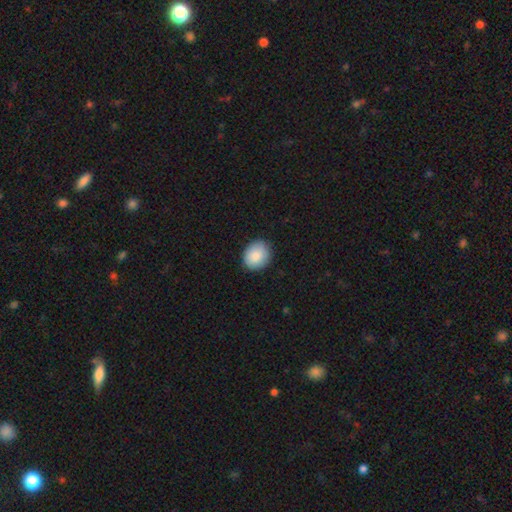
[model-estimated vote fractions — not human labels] Q: Smooth or featured?
A: smooth (87%); runner-up: star or artifact (7%)
Q: How rounded?
A: round (66%); runner-up: in between (33%)
Q: Merging?
A: none (85%); runner-up: minor disturbance (12%)